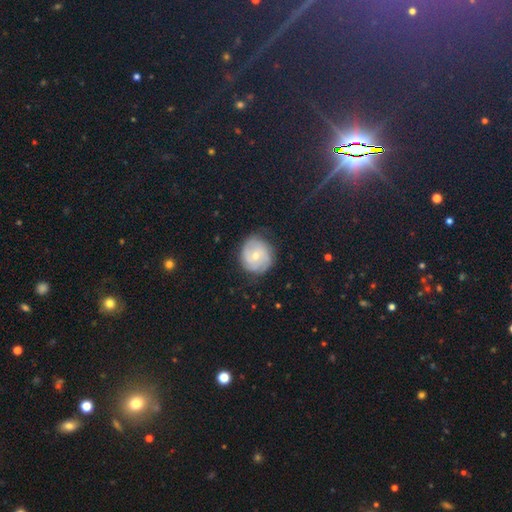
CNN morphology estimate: Overall: featured or disk (67%). Edge-on disk: no (98%). Bar: no (65%; weak 29%). Spiral arms: yes (89%). Spiral arm count: 2 (32%; can't tell 30%). Spiral winding: tight (57%; medium 32%). Bulge size: small (49%; moderate 47%). Merging: none (76%).